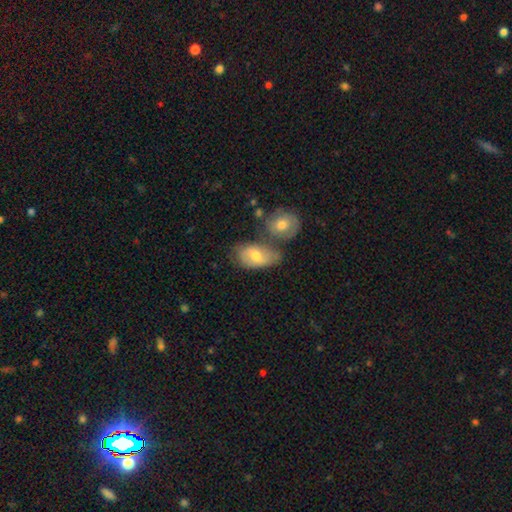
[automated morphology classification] Smooth or featured? Predicted: smooth (p=0.60). How rounded? Predicted: in between (p=0.88). Merging? Predicted: merger (p=0.37).